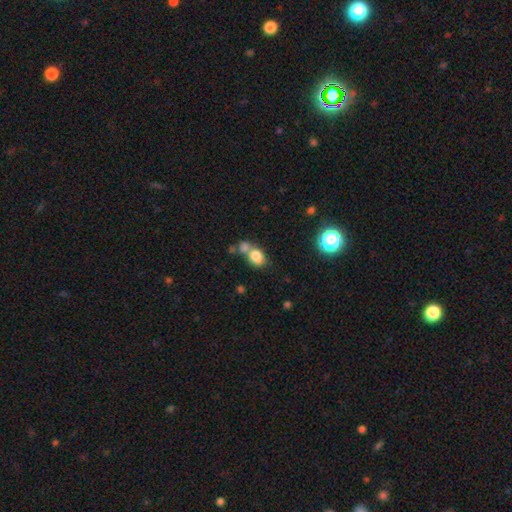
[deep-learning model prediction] Morphology: type=smooth (79%); roundness=in between (60%); merging=merger (47%).